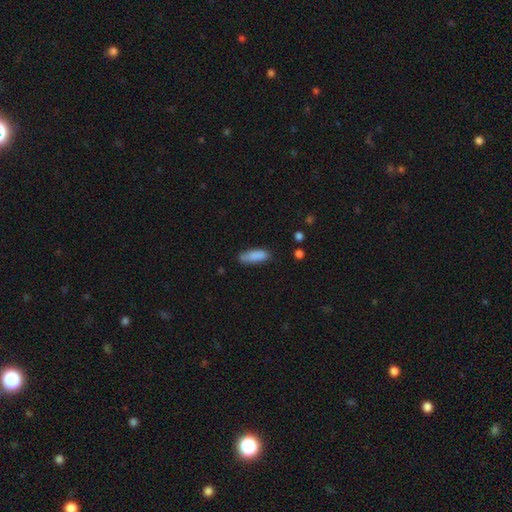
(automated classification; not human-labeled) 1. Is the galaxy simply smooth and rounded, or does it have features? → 86% smooth, 7% featured or disk, 7% star or artifact.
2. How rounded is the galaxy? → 60% in between, 38% cigar-shaped, 2% round.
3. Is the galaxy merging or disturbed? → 72% none, 21% minor disturbance, 4% major disturbance, 3% merger.